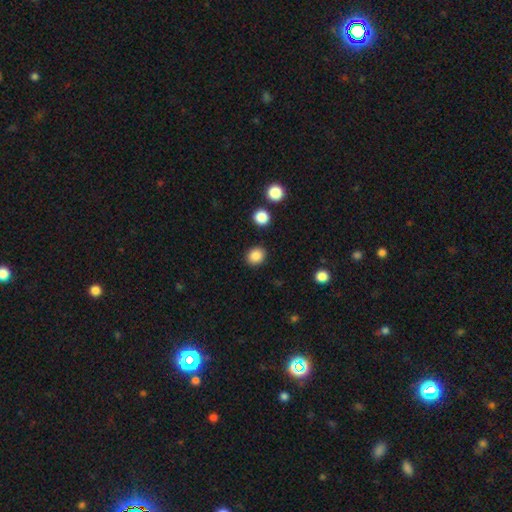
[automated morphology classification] A smooth galaxy with no disk features (86%) that is round (69%). Merging: none (89%).